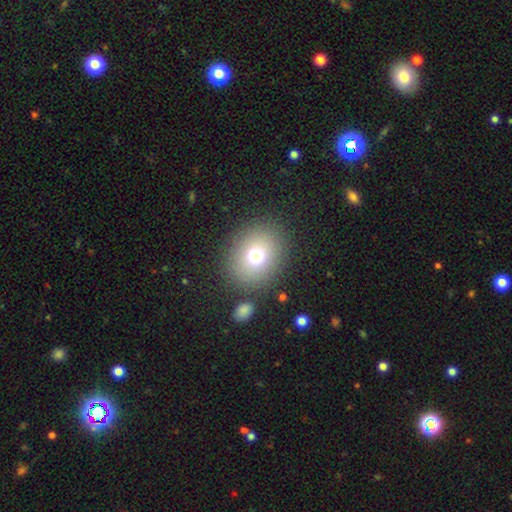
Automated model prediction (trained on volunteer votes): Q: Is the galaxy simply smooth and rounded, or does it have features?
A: smooth — 74%.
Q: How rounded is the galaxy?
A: round — 59%.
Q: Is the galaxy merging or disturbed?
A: none — 82%.